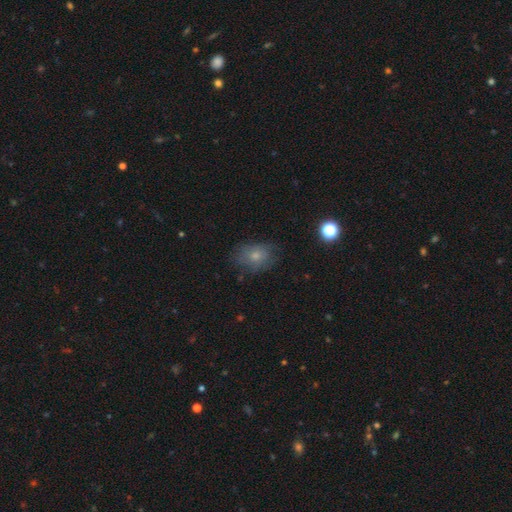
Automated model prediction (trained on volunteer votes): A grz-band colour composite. It shows a smooth galaxy with no disk features (69%) that is in between round and cigar-shaped (68%). Merging: none (65%).